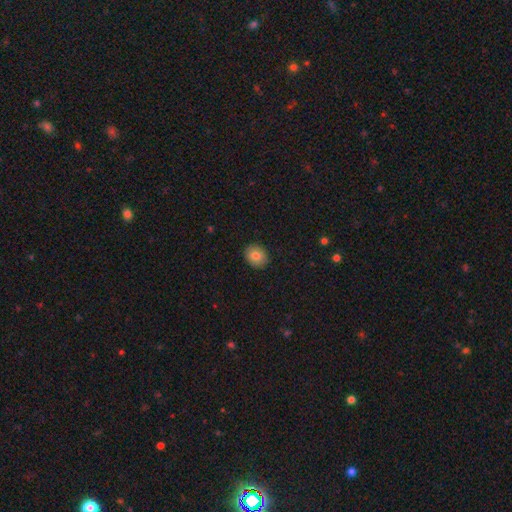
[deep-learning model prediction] A smooth galaxy with no disk features (82%) that is round (58%).

Vote fractions:
- Smooth or featured? smooth: 82% / featured or disk: 10% / star or artifact: 9%
- How rounded? round: 58% / in between: 41% / cigar-shaped: 1%
- Merging? none: 90% / minor disturbance: 7% / major disturbance: 2% / merger: 1%